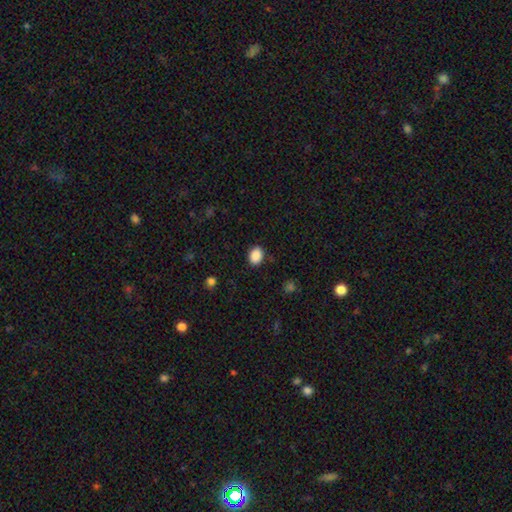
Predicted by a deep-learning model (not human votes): Morphology: type=smooth (89%); roundness=in between (65%); merging=none (88%).